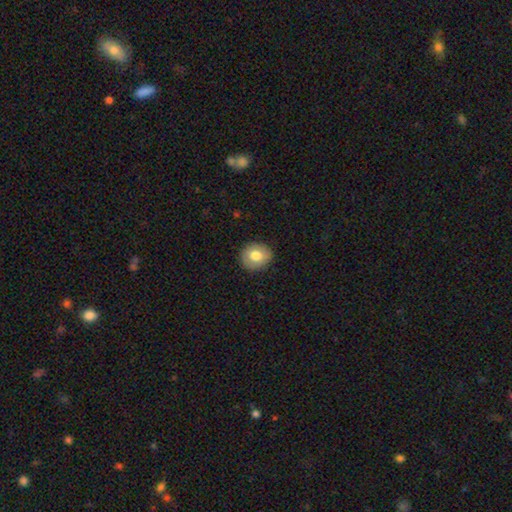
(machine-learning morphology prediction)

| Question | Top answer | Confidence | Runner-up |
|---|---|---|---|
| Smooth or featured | smooth | 76% | featured or disk (17%) |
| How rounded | round | 78% | in between (21%) |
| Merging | none | 89% | minor disturbance (8%) |